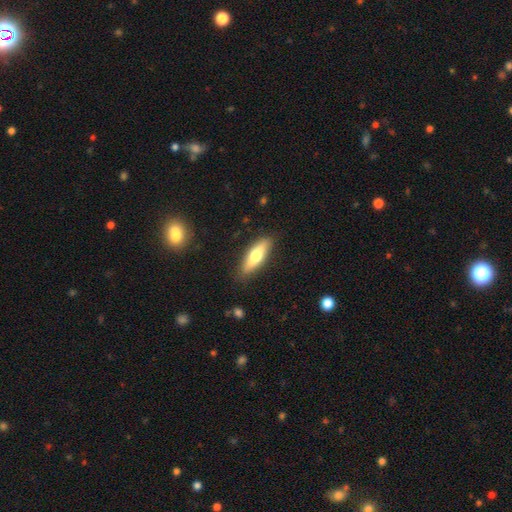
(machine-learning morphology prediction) A smooth galaxy with no disk features (64%) that is cigar-shaped (54%).

Vote fractions:
- Smooth or featured? smooth: 64% / featured or disk: 30% / star or artifact: 6%
- How rounded? cigar-shaped: 54% / in between: 44% / round: 2%
- Merging? none: 85% / minor disturbance: 11% / major disturbance: 2% / merger: 1%